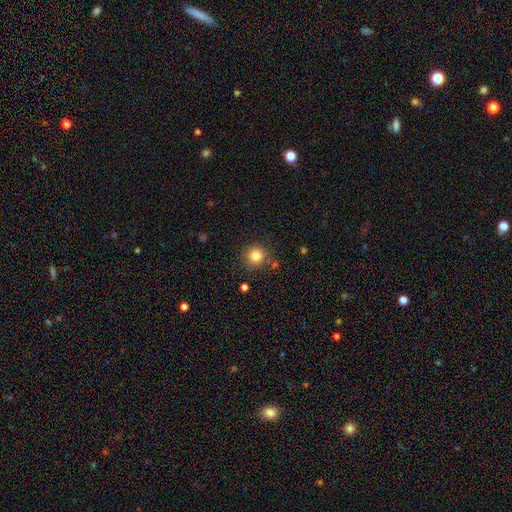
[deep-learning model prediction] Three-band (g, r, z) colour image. It shows a smooth galaxy with no disk features (82%) that is round (93%). Merging: none (83%).